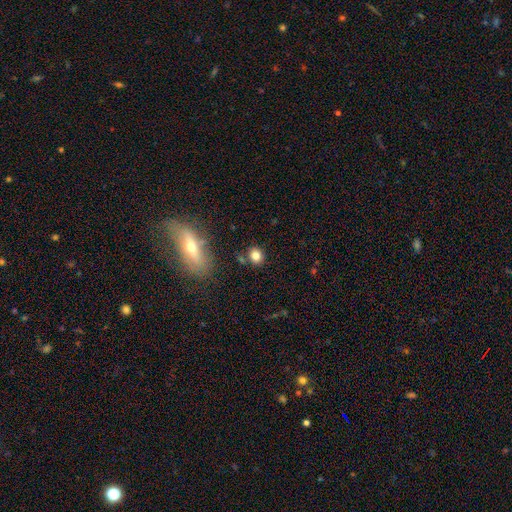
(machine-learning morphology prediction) The model was most divided on "how rounded": round: 75%, in between: 23%, cigar-shaped: 2%. More confident: merging — none (81%); smooth or featured — smooth (80%).